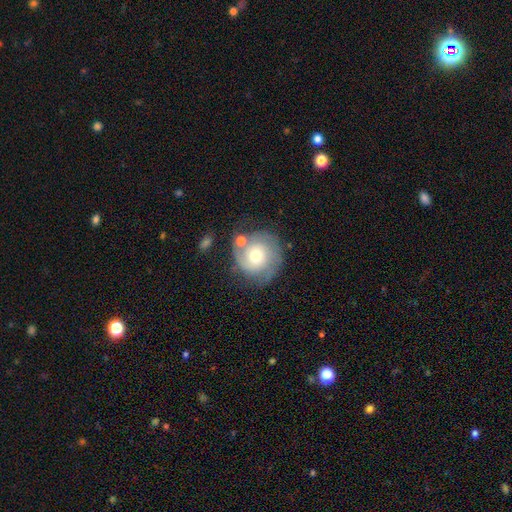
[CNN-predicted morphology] Overall: featured or disk (62%; smooth 30%). Edge-on disk: no (97%). Bar: no (78%). Spiral arms: yes (85%). Spiral arm count: 2 (51%; can't tell 24%). Spiral winding: tight (54%; medium 33%). Bulge size: moderate (62%; small 31%). Merging: none (62%).